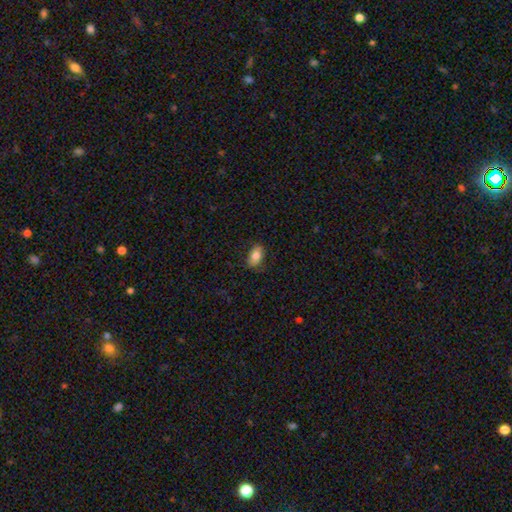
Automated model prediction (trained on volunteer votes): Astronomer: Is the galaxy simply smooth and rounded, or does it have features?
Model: smooth — 81%.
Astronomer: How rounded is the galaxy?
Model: in between — 90%.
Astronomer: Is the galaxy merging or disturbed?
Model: none — 81%.